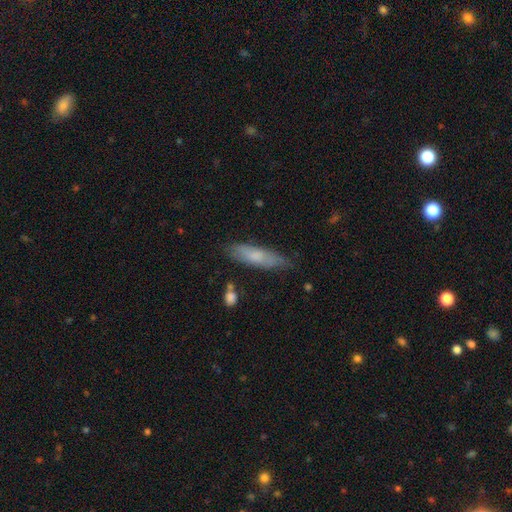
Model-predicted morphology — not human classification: smooth 67%, featured or disk 26%, star or artifact 6%. Down the decision tree: how rounded — cigar-shaped (65%); merging — none (74%).